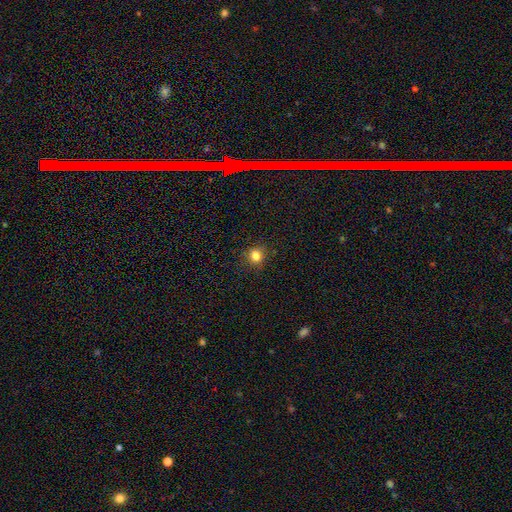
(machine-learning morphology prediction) Overall: smooth (82%). How rounded: round (74%). Merging: none (85%).